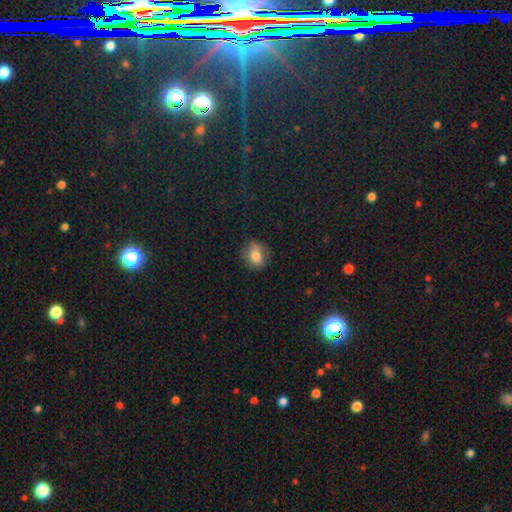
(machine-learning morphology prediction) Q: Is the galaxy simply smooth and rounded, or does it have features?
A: smooth — 74%.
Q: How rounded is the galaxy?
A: round — 54%.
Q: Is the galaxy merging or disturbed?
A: none — 72%.